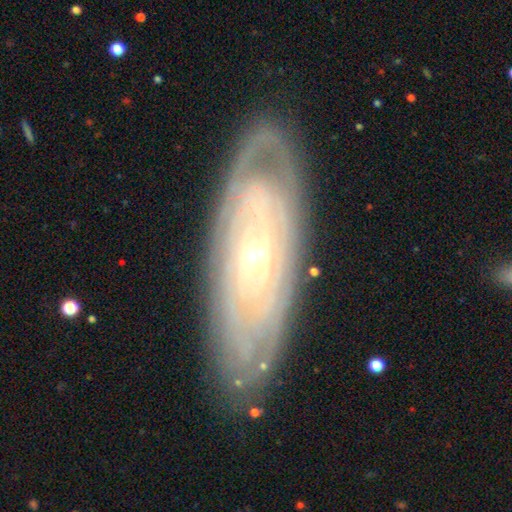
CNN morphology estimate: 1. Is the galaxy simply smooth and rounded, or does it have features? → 77% featured or disk, 17% smooth, 6% star or artifact.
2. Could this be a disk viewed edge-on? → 82% no, 18% yes.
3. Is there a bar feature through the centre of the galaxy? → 83% no, 12% weak, 5% strong.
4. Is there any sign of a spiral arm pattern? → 76% yes, 24% no.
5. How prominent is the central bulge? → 83% small, 14% moderate, 1% large, 1% none, 1% dominant.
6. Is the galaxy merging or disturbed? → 83% none, 12% minor disturbance, 3% major disturbance, 1% merger.